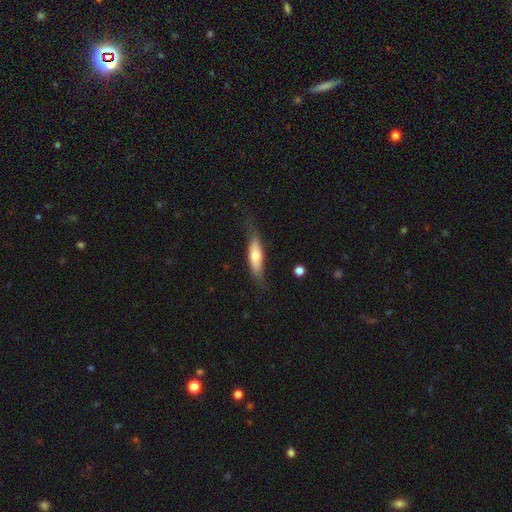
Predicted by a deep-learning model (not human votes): Smooth or featured? Predicted: smooth (p=0.55). How rounded? Predicted: cigar-shaped (p=0.63). Merging? Predicted: none (p=0.68).